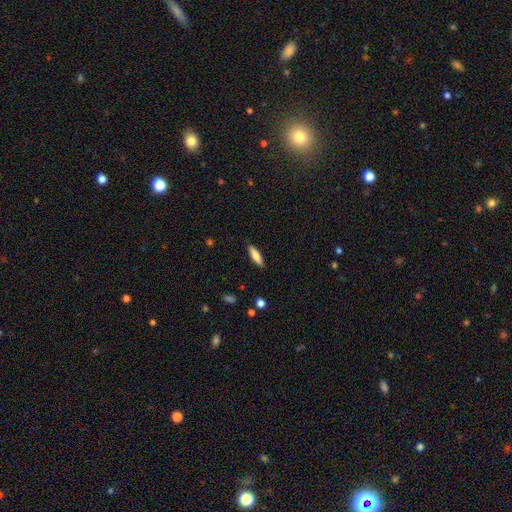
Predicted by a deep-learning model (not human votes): Smooth or featured: smooth — 78% (featured or disk — 15%)
How rounded: cigar-shaped — 61% (in between — 37%)
Merging: none — 88% (minor disturbance — 9%)